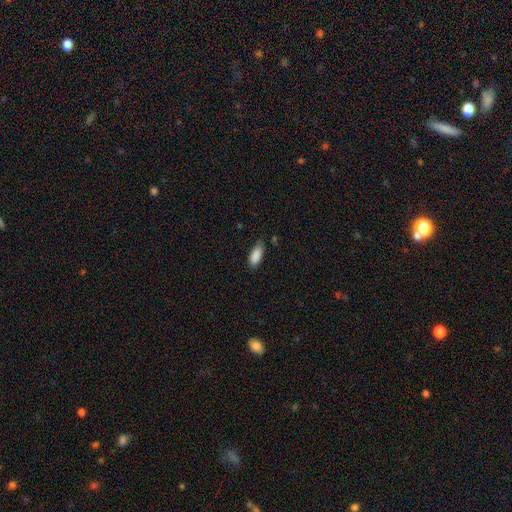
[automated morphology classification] smooth 89%, star or artifact 7%, featured or disk 5%. Down the decision tree: how rounded — in between (84%); merging — none (74%).